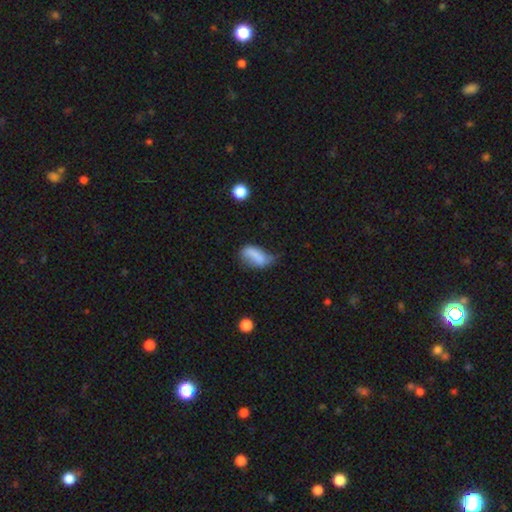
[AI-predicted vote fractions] A smooth galaxy with no disk features (69%) that is in between round and cigar-shaped (84%). Merging: minor disturbance (39%).